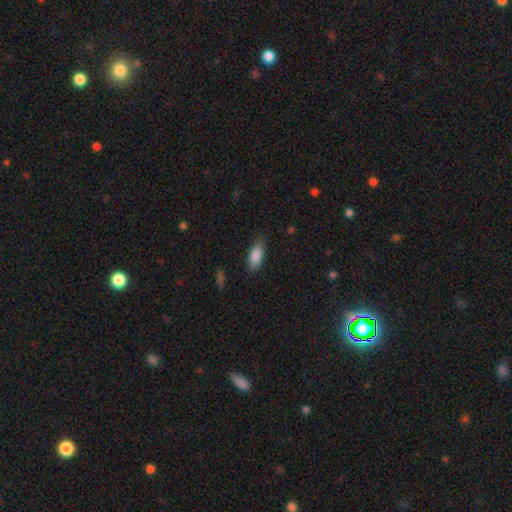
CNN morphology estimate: This appears to be a smooth galaxy with no disk features (88%) that is in between round and cigar-shaped (81%). Merging: none (77%).